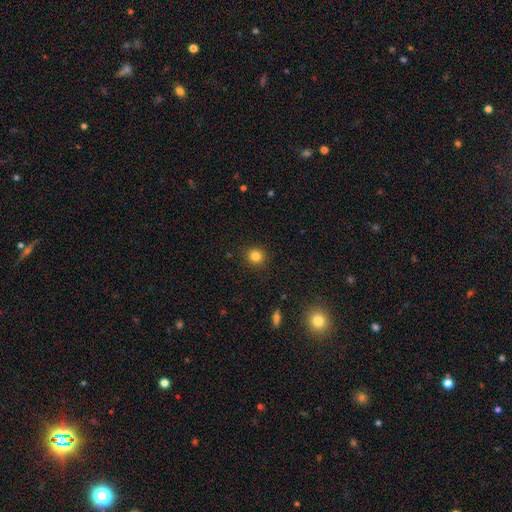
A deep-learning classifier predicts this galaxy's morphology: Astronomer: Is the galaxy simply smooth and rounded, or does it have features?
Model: smooth — 83%.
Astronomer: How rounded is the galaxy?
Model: round — 90%.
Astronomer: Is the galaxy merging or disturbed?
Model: none — 91%.